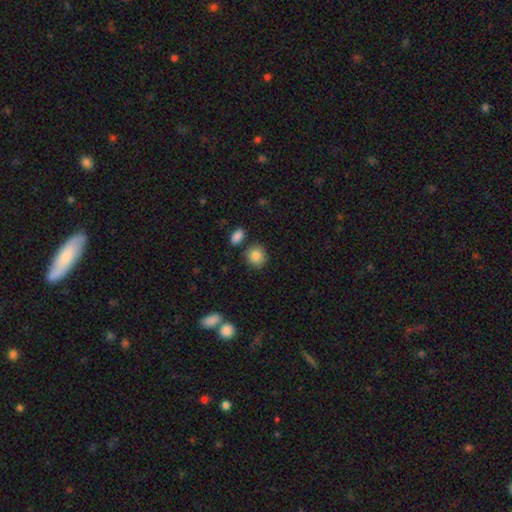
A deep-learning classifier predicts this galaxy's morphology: Q: Smooth or featured?
A: smooth (86%); runner-up: star or artifact (8%)
Q: How rounded?
A: round (82%); runner-up: in between (17%)
Q: Merging?
A: none (80%); runner-up: minor disturbance (10%)